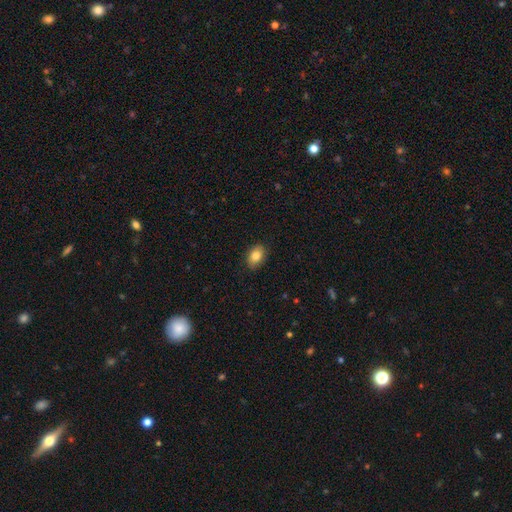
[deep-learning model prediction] Morphology: type=smooth (85%); roundness=in between (83%); merging=none (88%).